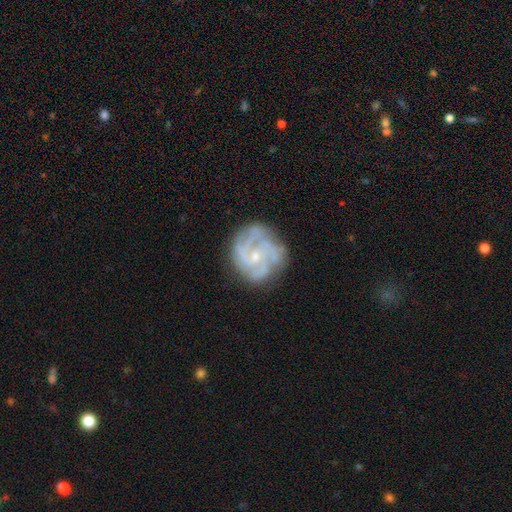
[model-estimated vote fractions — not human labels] This appears to be a featured or disk galaxy (86%) with no bar (66%), 3 (44%) tight (51%) spiral arms (96%) and a small central bulge (70%). Merging: none (72%).